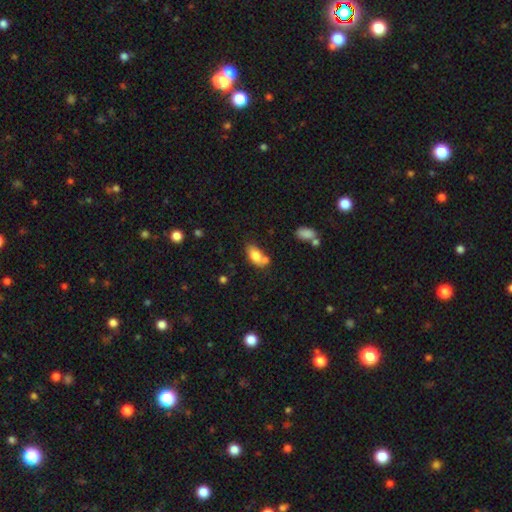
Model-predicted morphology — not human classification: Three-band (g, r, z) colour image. It shows a smooth galaxy with no disk features (78%) that is in between round and cigar-shaped (88%). Merging: none (44%).